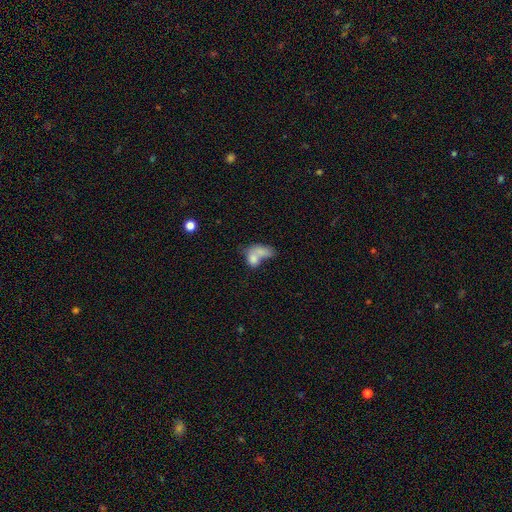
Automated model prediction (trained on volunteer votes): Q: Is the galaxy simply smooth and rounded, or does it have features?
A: smooth — 73%.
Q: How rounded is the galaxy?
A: in between — 78%.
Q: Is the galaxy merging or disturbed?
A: merger — 67%.